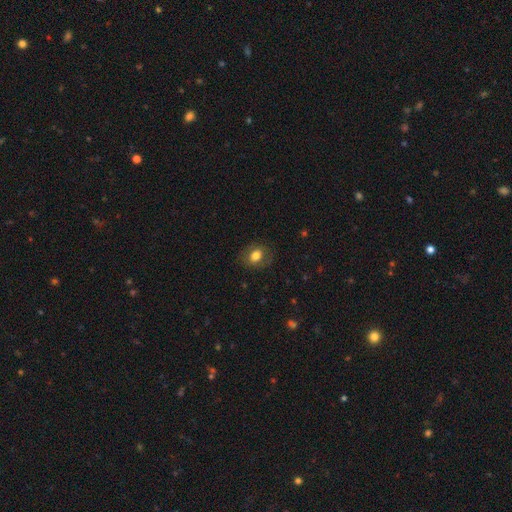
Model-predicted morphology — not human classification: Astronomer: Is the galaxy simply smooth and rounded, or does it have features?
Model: smooth — 76%.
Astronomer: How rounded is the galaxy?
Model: in between — 54% (runner-up: round, 45%).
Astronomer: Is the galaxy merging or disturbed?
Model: none — 81%.